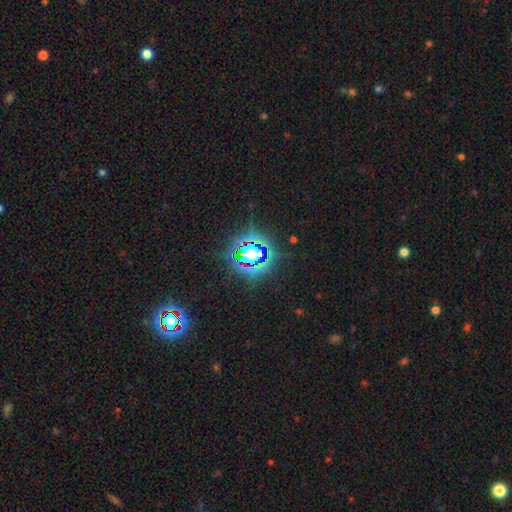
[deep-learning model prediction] Smooth or featured? star or artifact (80%)